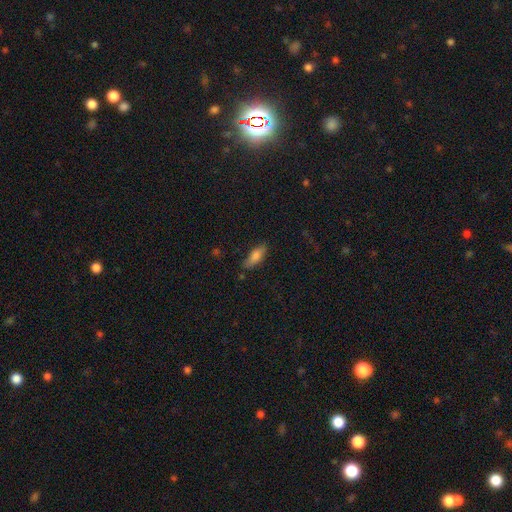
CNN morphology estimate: Smooth or featured?
  - smooth: 76% *
  - featured or disk: 17%
  - star or artifact: 7%
How rounded?
  - in between: 61% *
  - cigar-shaped: 37%
  - round: 2%
Merging?
  - none: 79% *
  - minor disturbance: 16%
  - major disturbance: 3%
  - merger: 2%